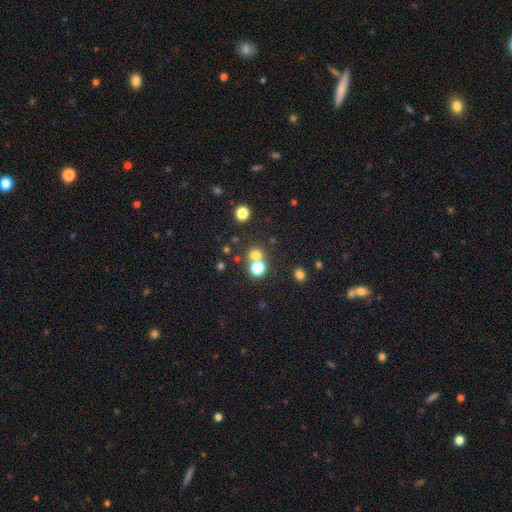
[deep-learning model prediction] smooth_or_featured: smooth (p=0.70) [alt: star or artifact p=0.21]
how_rounded: round (p=0.84) [alt: in between p=0.15]
merging: none (p=0.55) [alt: merger p=0.35]